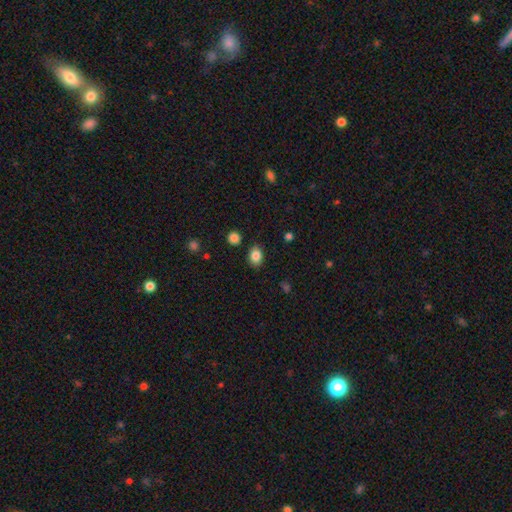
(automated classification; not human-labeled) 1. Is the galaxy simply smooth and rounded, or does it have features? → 85% smooth, 9% star or artifact, 6% featured or disk.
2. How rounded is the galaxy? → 62% in between, 37% round, 1% cigar-shaped.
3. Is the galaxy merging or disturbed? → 84% none, 10% minor disturbance, 3% merger, 3% major disturbance.